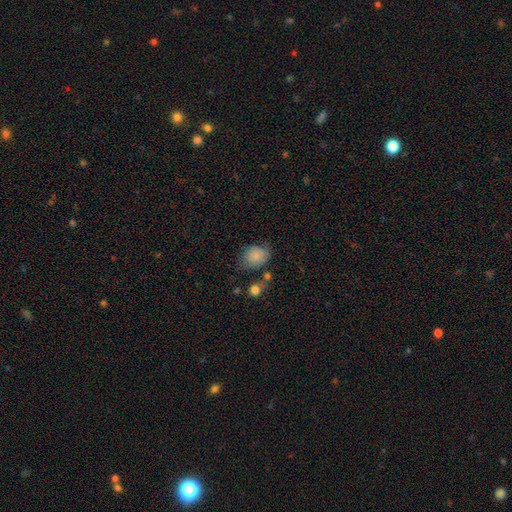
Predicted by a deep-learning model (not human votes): Smooth or featured: smooth — 79% (featured or disk — 13%)
How rounded: in between — 56% (round — 43%)
Merging: none — 50% (minor disturbance — 31%)